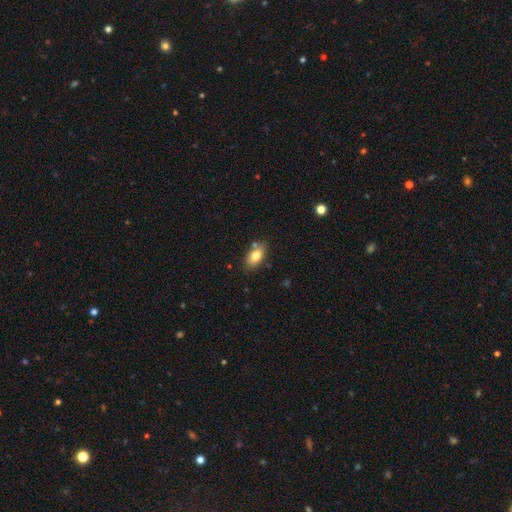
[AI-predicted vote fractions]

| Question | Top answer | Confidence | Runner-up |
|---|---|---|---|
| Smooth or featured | smooth | 79% | featured or disk (14%) |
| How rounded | in between | 88% | round (7%) |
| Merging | none | 73% | minor disturbance (16%) |